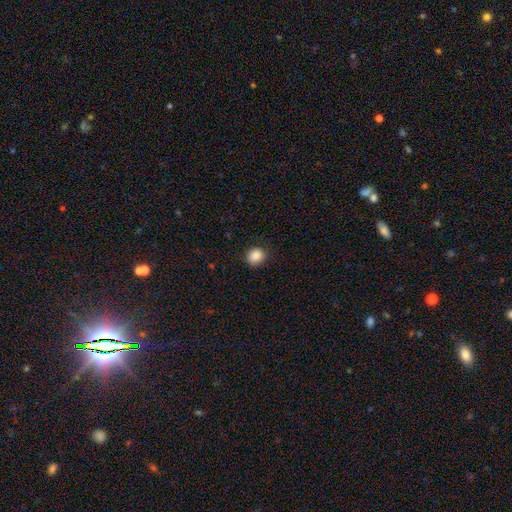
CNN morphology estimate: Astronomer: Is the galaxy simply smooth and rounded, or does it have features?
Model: smooth — 86%.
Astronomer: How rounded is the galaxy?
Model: round — 74%.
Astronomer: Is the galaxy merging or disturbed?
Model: none — 84%.